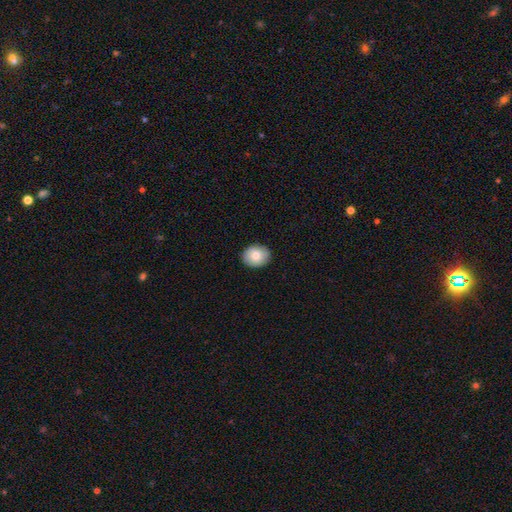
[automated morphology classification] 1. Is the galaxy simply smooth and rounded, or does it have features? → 80% smooth, 12% featured or disk, 8% star or artifact.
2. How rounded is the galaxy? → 62% round, 37% in between, 1% cigar-shaped.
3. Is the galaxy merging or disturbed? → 90% none, 8% minor disturbance, 2% major disturbance, 1% merger.